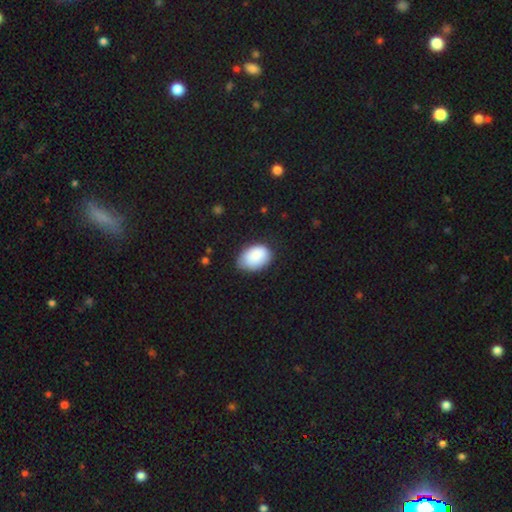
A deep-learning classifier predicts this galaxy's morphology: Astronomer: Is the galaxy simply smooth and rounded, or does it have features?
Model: smooth — 88%.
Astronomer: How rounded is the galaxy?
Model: in between — 83%.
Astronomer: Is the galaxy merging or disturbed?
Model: none — 68%.